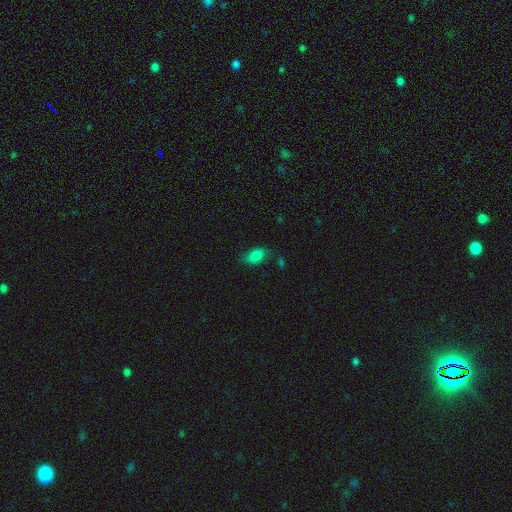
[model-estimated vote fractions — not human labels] Smooth or featured? smooth (83%)
How rounded? in between (90%)
Merging? none (67%)